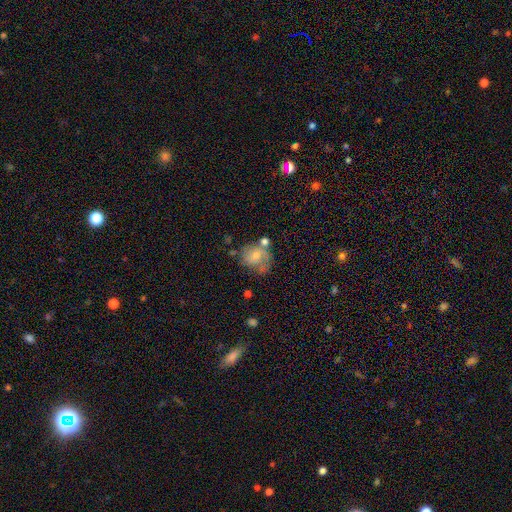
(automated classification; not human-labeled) A smooth galaxy with no disk features (50%) that is round (66%).

Vote fractions:
- Smooth or featured? smooth: 50% / featured or disk: 41% / star or artifact: 9%
- How rounded? round: 66% / in between: 33% / cigar-shaped: 1%
- Merging? none: 42% / minor disturbance: 25% / merger: 17% / major disturbance: 16%